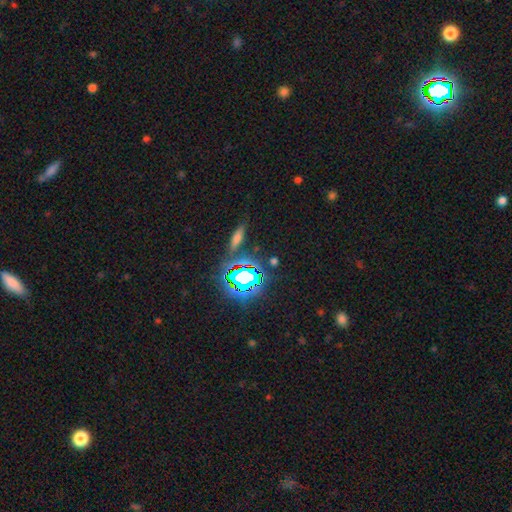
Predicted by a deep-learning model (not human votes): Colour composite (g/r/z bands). It shows a star or artifact, not a galaxy (81%).